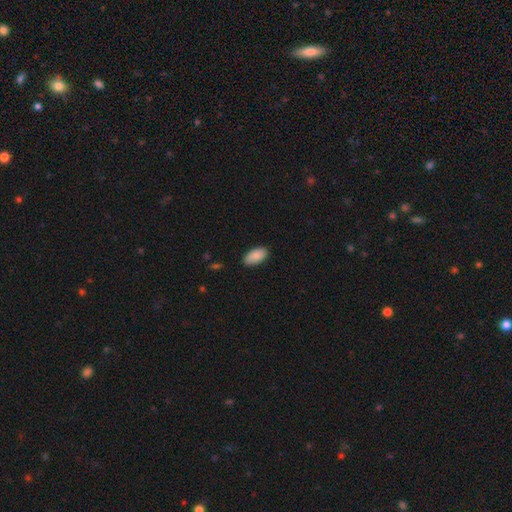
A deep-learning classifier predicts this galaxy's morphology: Smooth or featured: smooth — 89% (star or artifact — 6%)
How rounded: in between — 95% (cigar-shaped — 3%)
Merging: none — 87% (minor disturbance — 10%)